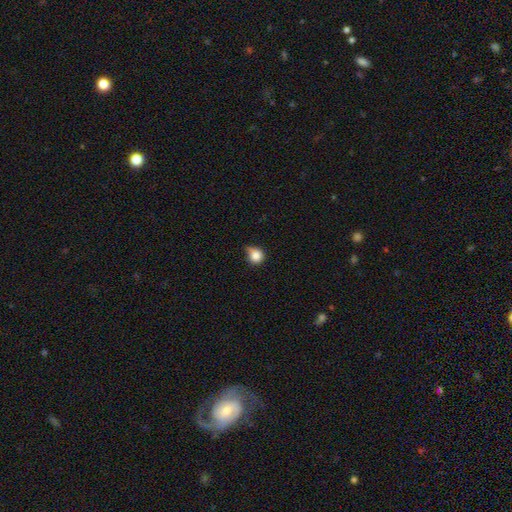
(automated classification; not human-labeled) Smooth or featured? Predicted: smooth (p=0.83). How rounded? Predicted: round (p=0.84). Merging? Predicted: minor disturbance (p=0.44).